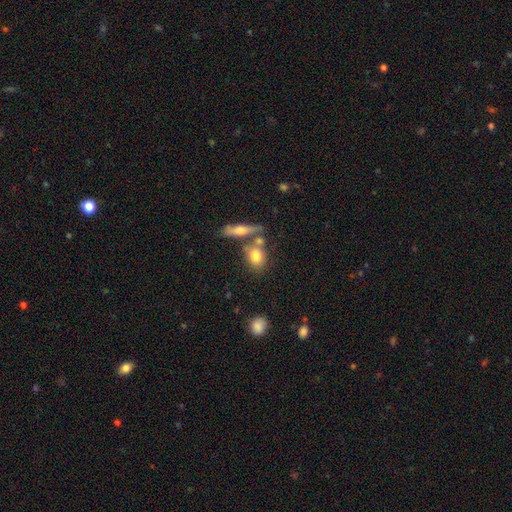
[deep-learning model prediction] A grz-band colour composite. It shows a smooth galaxy with no disk features (75%) that is in between round and cigar-shaped (54%). Merging: none (55%).